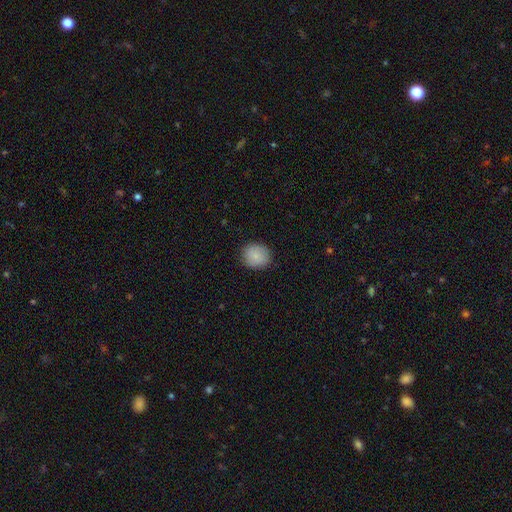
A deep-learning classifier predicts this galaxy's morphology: The model was most divided on "how rounded": round: 73%, in between: 26%, cigar-shaped: 1%. More confident: merging — none (87%); smooth or featured — smooth (86%).